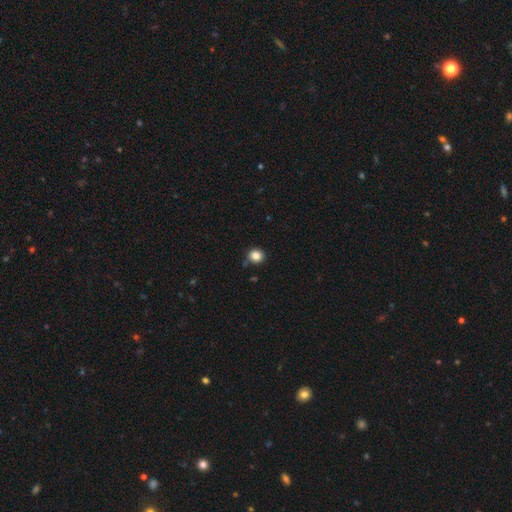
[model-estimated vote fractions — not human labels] The model was most divided on "how rounded": round: 81%, in between: 18%, cigar-shaped: 1%. More confident: smooth or featured — smooth (85%); merging — none (78%).